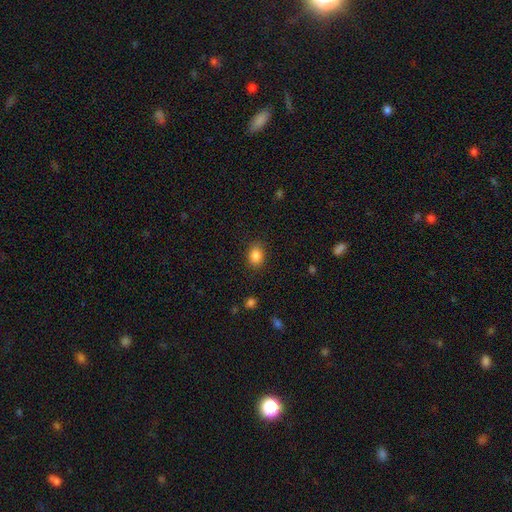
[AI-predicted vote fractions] Smooth or featured? smooth (86%)
How rounded? in between (64%)
Merging? none (85%)